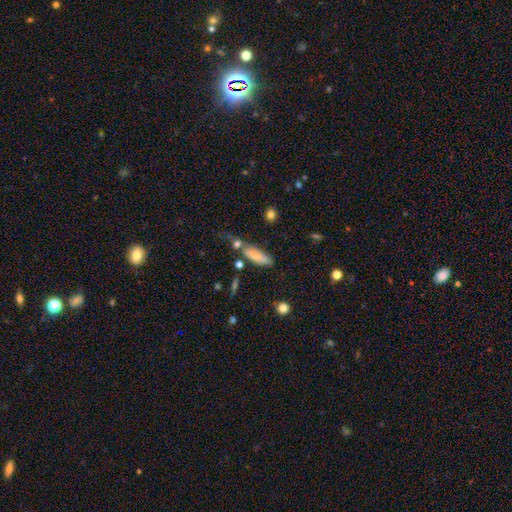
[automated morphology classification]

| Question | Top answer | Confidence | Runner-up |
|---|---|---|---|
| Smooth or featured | smooth | 74% | featured or disk (18%) |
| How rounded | in between | 55% | cigar-shaped (42%) |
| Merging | none | 55% | minor disturbance (20%) |